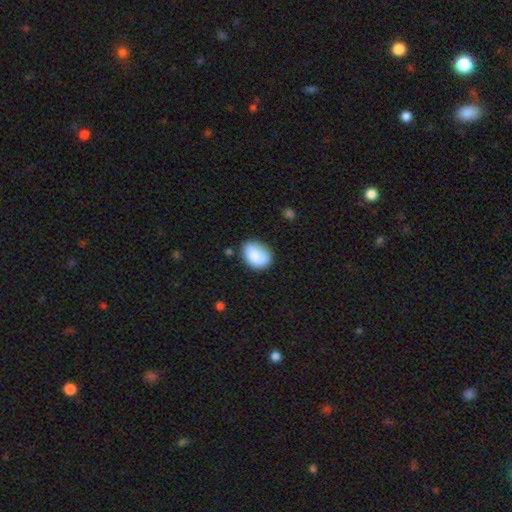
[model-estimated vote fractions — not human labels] Smooth or featured? smooth (85%)
How rounded? in between (76%)
Merging? none (71%)